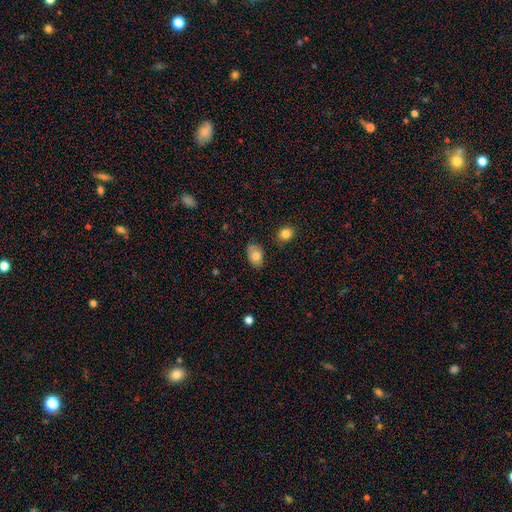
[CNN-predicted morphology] Smooth or featured: smooth — 81% (featured or disk — 11%)
How rounded: in between — 89% (round — 10%)
Merging: none — 80% (minor disturbance — 15%)